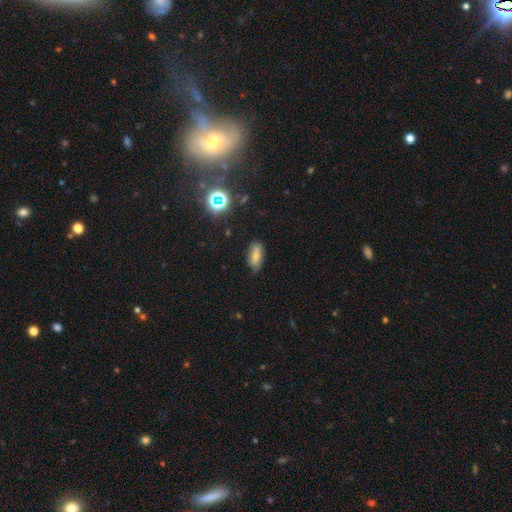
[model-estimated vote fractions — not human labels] Smooth or featured?
  - smooth: 68% *
  - featured or disk: 19%
  - star or artifact: 13%
How rounded?
  - in between: 81% *
  - cigar-shaped: 14%
  - round: 5%
Merging?
  - none: 74% *
  - minor disturbance: 20%
  - major disturbance: 4%
  - merger: 2%